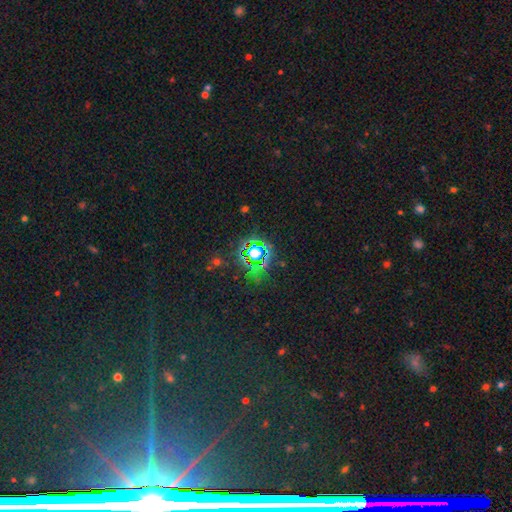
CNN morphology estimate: Smooth or featured?
  - star or artifact: 72% *
  - smooth: 18%
  - featured or disk: 9%